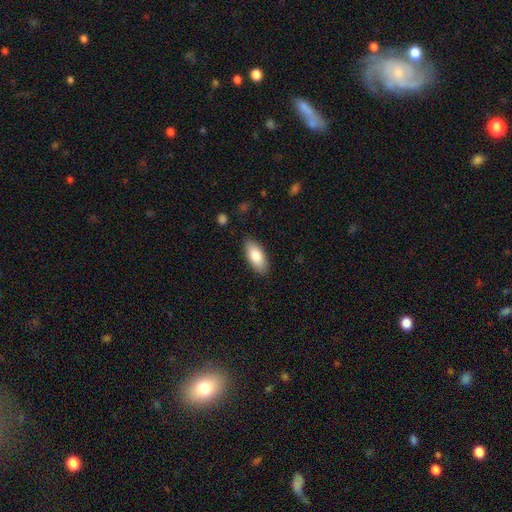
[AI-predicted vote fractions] A smooth galaxy with no disk features (83%) that is in between round and cigar-shaped (87%).

Vote fractions:
- Smooth or featured? smooth: 83% / featured or disk: 11% / star or artifact: 6%
- How rounded? in between: 87% / cigar-shaped: 11% / round: 2%
- Merging? none: 87% / minor disturbance: 10% / major disturbance: 2% / merger: 1%